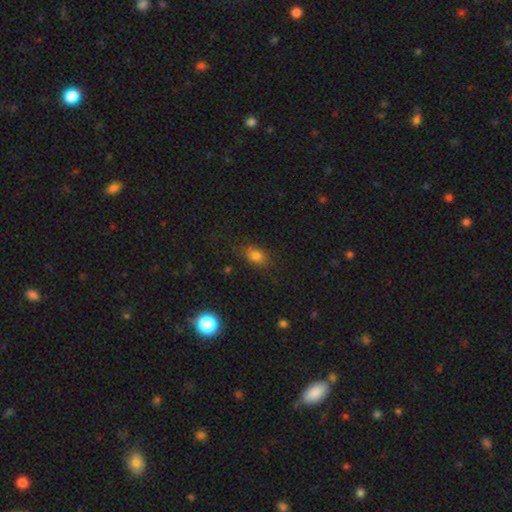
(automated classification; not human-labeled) Morphology: type=smooth (72%); roundness=in between (72%); merging=none (73%).